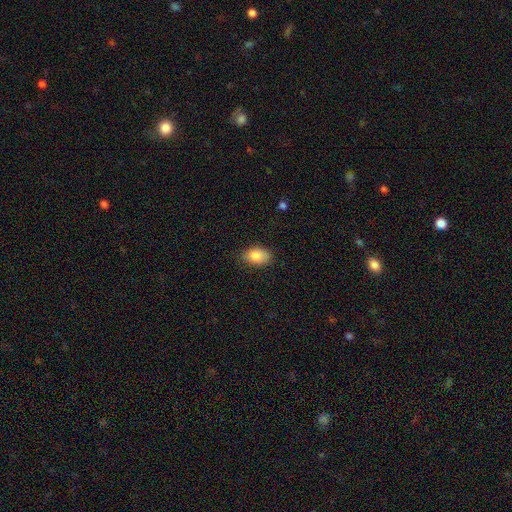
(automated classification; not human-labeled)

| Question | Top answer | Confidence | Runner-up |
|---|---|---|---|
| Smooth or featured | smooth | 85% | featured or disk (8%) |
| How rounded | in between | 89% | round (9%) |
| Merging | none | 83% | minor disturbance (14%) |